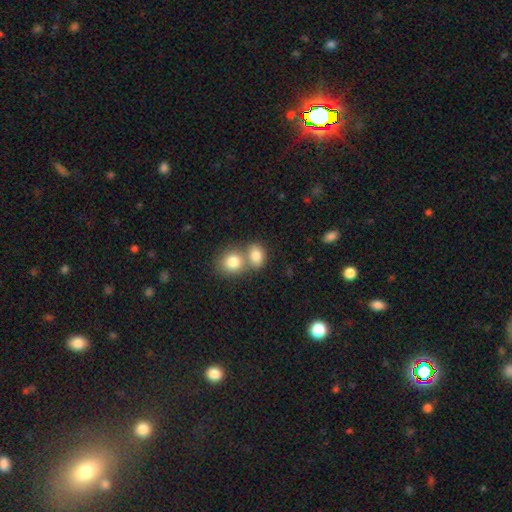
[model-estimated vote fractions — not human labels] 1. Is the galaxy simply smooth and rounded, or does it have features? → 81% smooth, 9% featured or disk, 9% star or artifact.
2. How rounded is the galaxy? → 50% round, 48% in between, 1% cigar-shaped.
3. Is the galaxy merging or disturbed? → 52% merger, 37% none, 8% minor disturbance, 3% major disturbance.